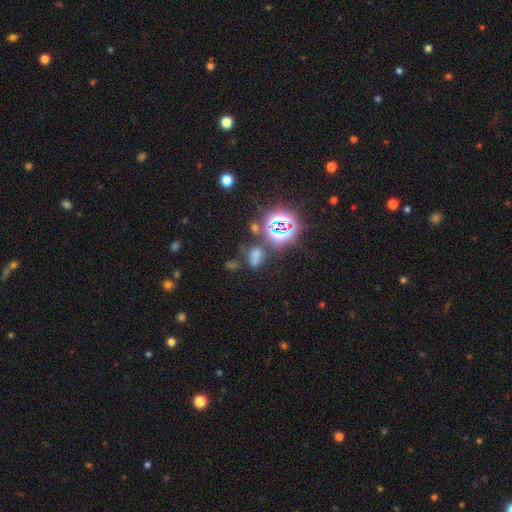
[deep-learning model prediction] Smooth or featured?
  - smooth: 50% *
  - star or artifact: 41%
  - featured or disk: 10%
Merging?
  - none: 55% *
  - minor disturbance: 18%
  - merger: 17%
  - major disturbance: 11%